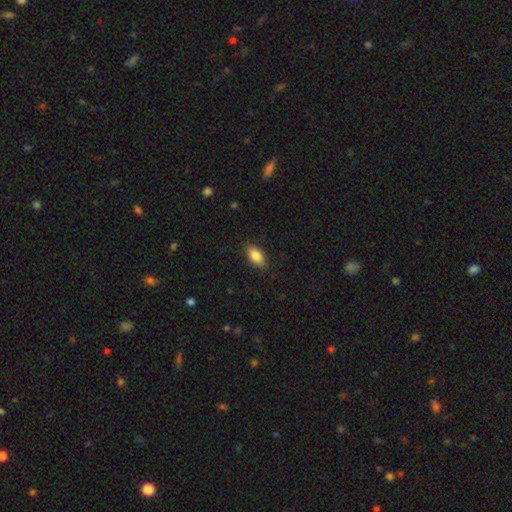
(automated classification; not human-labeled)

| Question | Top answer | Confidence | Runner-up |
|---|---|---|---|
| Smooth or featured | smooth | 83% | featured or disk (10%) |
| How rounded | in between | 89% | cigar-shaped (7%) |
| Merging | none | 87% | minor disturbance (10%) |